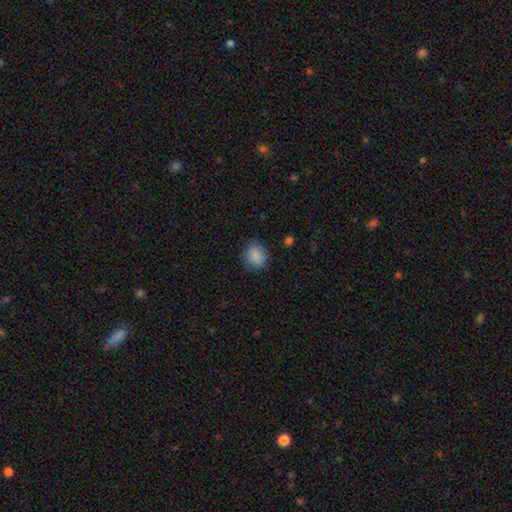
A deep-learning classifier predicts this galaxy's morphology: Smooth or featured? Predicted: smooth (p=0.88). How rounded? Predicted: round (p=0.66). Merging? Predicted: none (p=0.82).